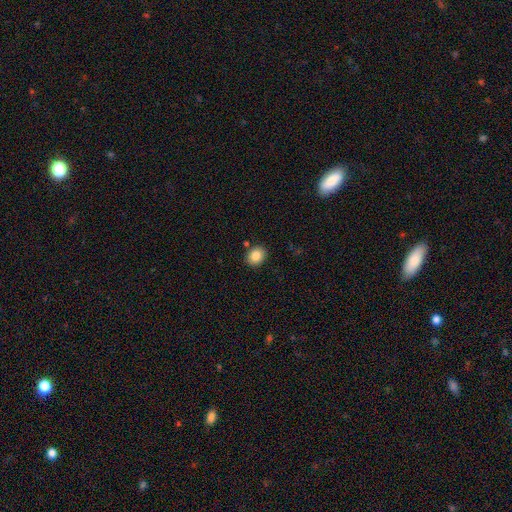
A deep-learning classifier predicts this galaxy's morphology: A smooth galaxy with no disk features (86%) that is round (56%).

Vote fractions:
- Smooth or featured? smooth: 86% / star or artifact: 9% / featured or disk: 5%
- How rounded? round: 56% / in between: 43% / cigar-shaped: 1%
- Merging? none: 85% / minor disturbance: 9% / merger: 4% / major disturbance: 2%